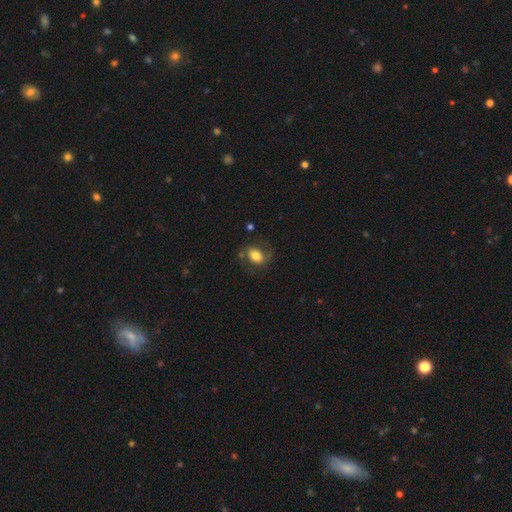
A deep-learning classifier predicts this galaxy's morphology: A smooth galaxy with no disk features (61%) that is in between round and cigar-shaped (74%). Merging: none (65%).